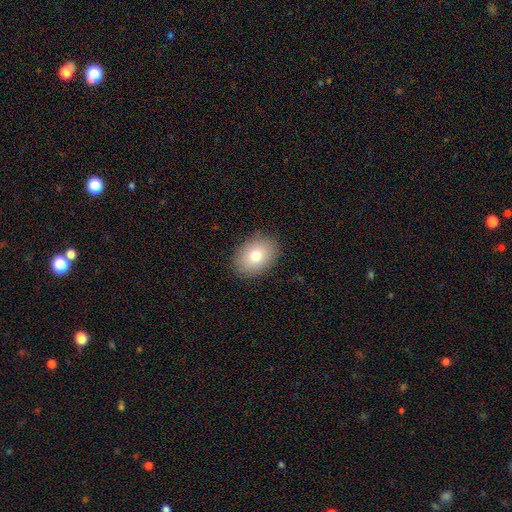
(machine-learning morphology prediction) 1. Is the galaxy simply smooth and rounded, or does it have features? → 78% smooth, 13% featured or disk, 9% star or artifact.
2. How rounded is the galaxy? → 70% in between, 29% round, 1% cigar-shaped.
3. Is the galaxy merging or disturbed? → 87% none, 10% minor disturbance, 3% major disturbance, 1% merger.